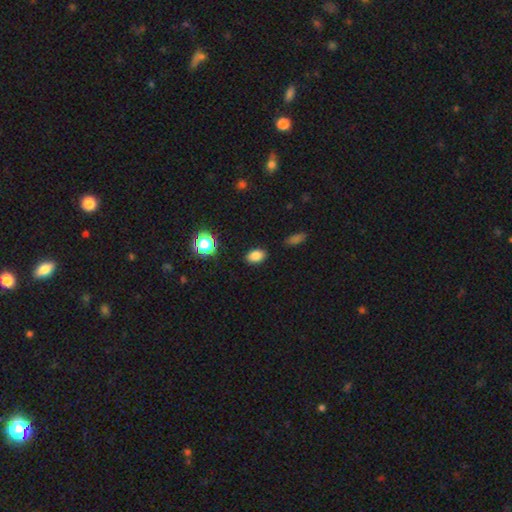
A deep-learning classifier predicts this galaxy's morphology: smooth_or_featured: smooth (p=0.82) [alt: star or artifact p=0.13]
how_rounded: in between (p=0.83) [alt: round p=0.15]
merging: none (p=0.87) [alt: minor disturbance p=0.09]